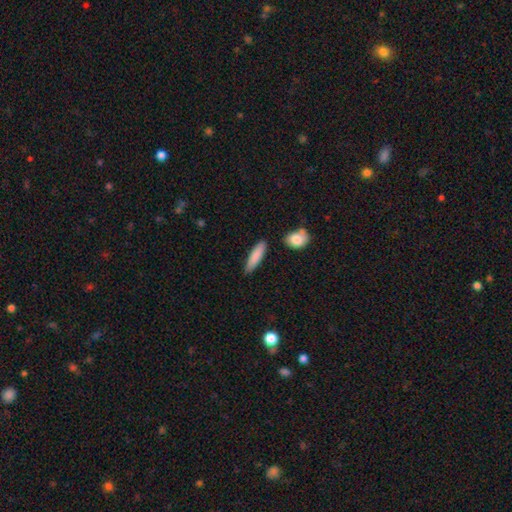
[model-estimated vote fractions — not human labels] This appears to be a smooth galaxy with no disk features (83%) that is cigar-shaped (71%). Merging: none (82%).